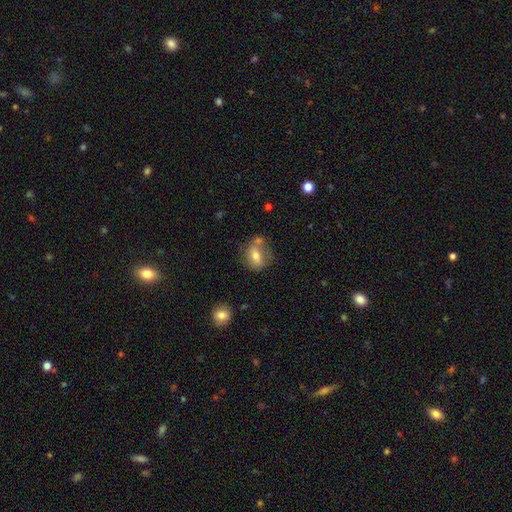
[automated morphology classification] smooth 69%, featured or disk 23%, star or artifact 9%. Down the decision tree: how rounded — in between (58%); merging — none (51%).